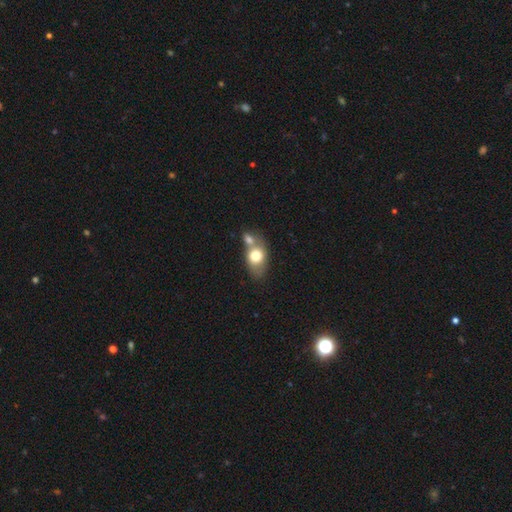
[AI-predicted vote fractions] Smooth or featured? smooth (72%)
How rounded? in between (74%)
Merging? merger (51%)